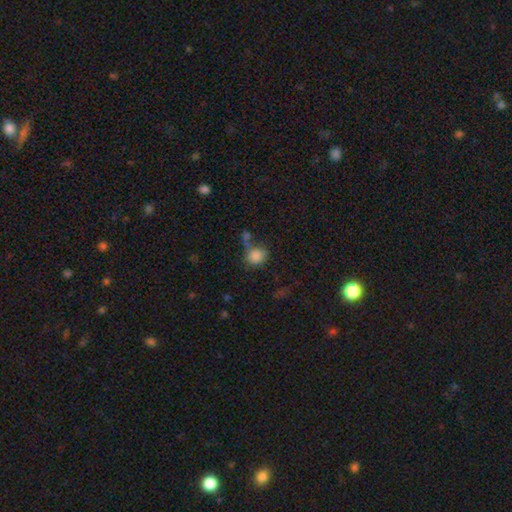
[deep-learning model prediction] Smooth or featured?
  - smooth: 85% *
  - star or artifact: 10%
  - featured or disk: 5%
How rounded?
  - round: 66% *
  - in between: 33%
  - cigar-shaped: 1%
Merging?
  - none: 52% *
  - merger: 22%
  - minor disturbance: 17%
  - major disturbance: 9%